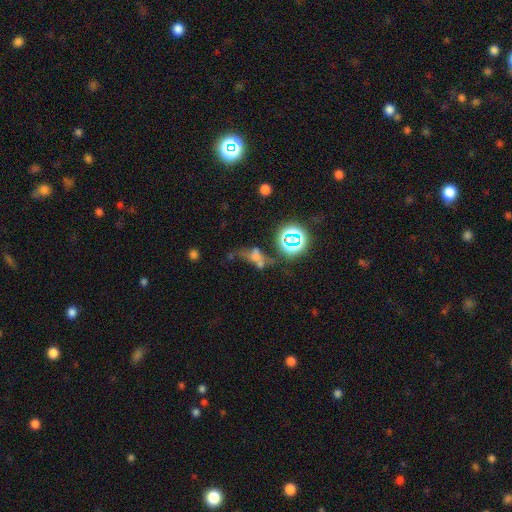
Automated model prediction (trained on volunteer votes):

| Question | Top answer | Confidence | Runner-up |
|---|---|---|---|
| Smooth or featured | smooth | 41% | star or artifact (33%) |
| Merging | none | 32% | merger (28%) |